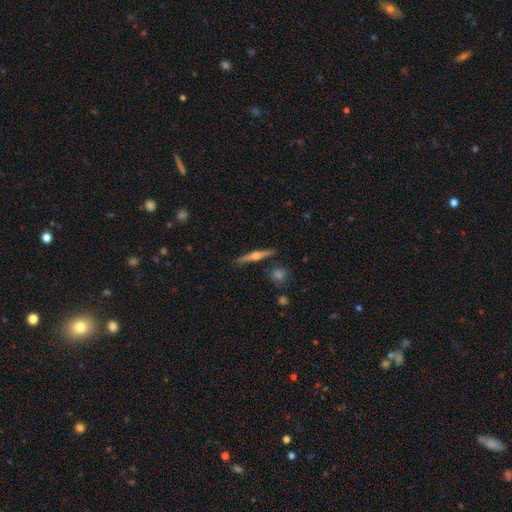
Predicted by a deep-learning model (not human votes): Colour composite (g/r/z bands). It shows a featured or disk galaxy (69%) viewed edge-on (98%) with a rounded central bulge (91%). Merging: none (86%).